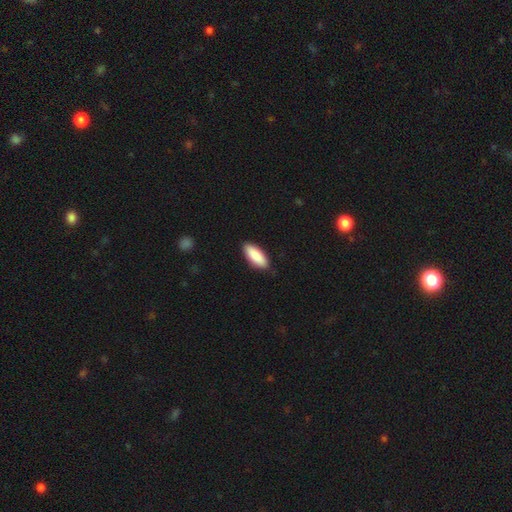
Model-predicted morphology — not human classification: A smooth galaxy with no disk features (90%) that is in between round and cigar-shaped (77%). Merging: none (87%).